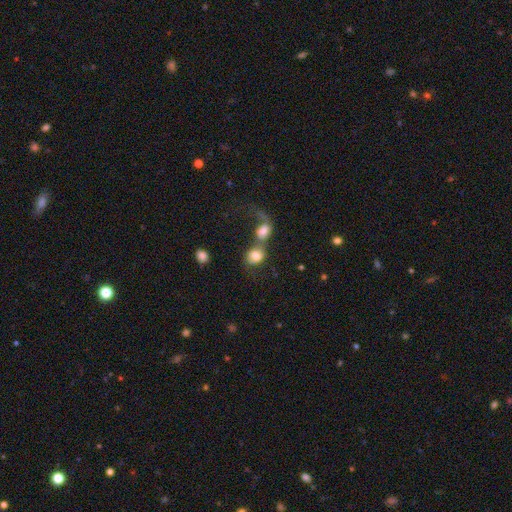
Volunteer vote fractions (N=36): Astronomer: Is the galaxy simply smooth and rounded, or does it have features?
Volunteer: smooth — 78%.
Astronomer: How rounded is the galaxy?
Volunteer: round — 64%.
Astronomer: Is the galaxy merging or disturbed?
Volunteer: merger — 81%.